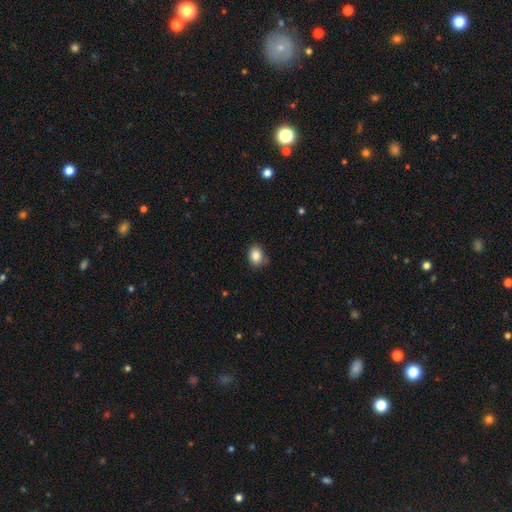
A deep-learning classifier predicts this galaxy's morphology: The model was most divided on "how rounded": in between: 56%, round: 43%, cigar-shaped: 1%. More confident: smooth or featured — smooth (86%); merging — none (75%).